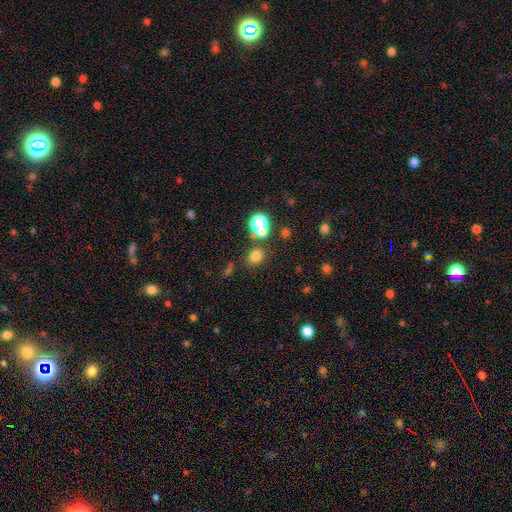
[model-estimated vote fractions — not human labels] Smooth or featured? smooth (72%)
How rounded? round (68%)
Merging? none (71%)